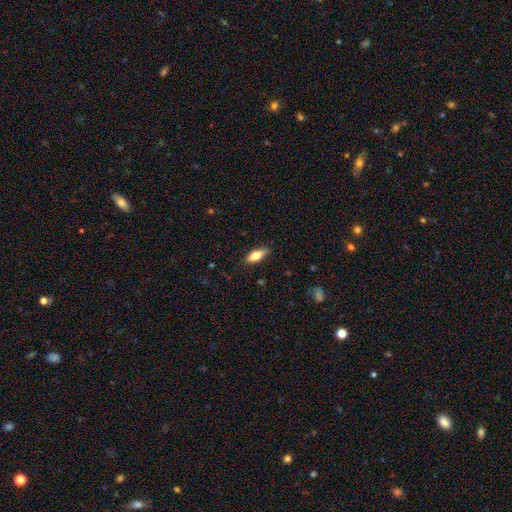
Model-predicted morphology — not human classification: Smooth or featured? smooth (68%)
How rounded? in between (68%)
Merging? none (86%)